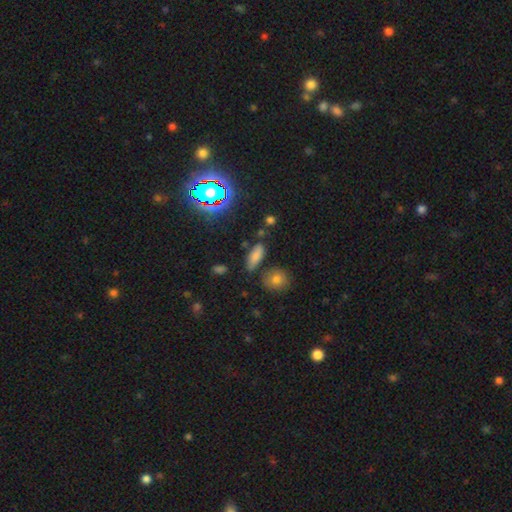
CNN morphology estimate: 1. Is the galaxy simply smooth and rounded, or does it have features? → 75% smooth, 16% star or artifact, 8% featured or disk.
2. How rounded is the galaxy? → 73% in between, 22% cigar-shaped, 5% round.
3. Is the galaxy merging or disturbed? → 73% none, 16% minor disturbance, 7% merger, 5% major disturbance.